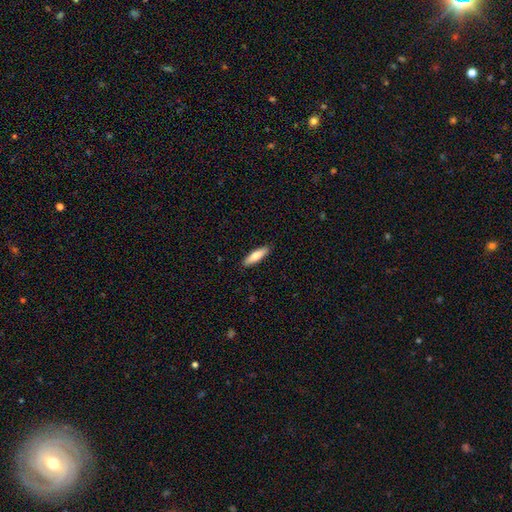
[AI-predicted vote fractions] Smooth or featured? Predicted: smooth (p=0.73). How rounded? Predicted: cigar-shaped (p=0.63). Merging? Predicted: none (p=0.89).